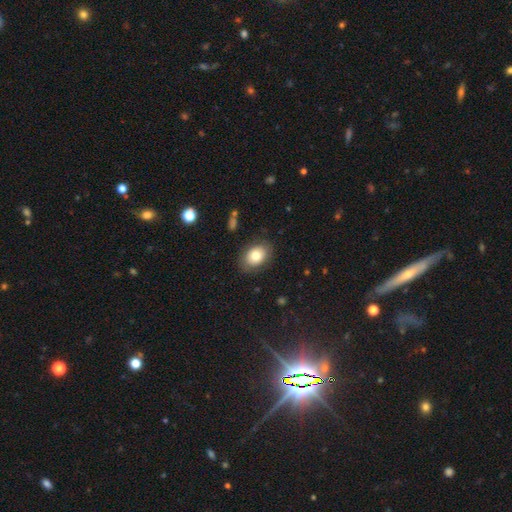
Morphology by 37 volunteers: A smooth galaxy with no disk features (84%) that is in between round and cigar-shaped (77%). Merging: none (81%).